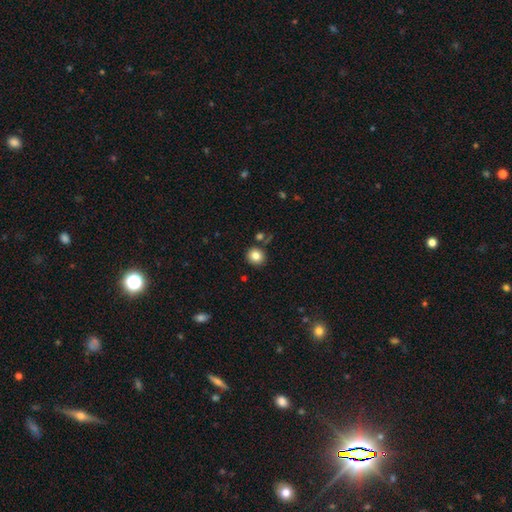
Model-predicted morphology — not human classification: The model was most divided on "smooth or featured": smooth: 82%, star or artifact: 11%, featured or disk: 7%. More confident: how rounded — round (89%); merging — none (83%).